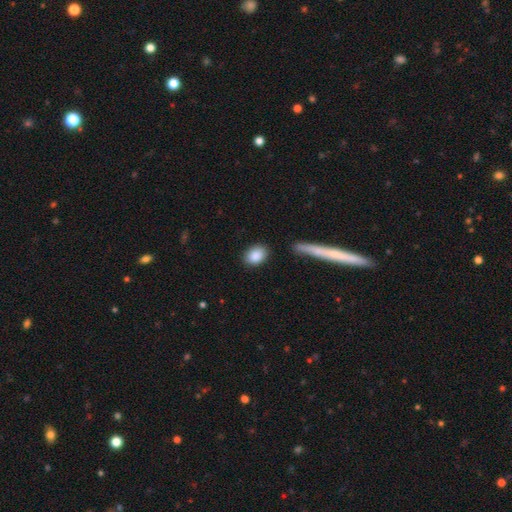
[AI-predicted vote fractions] smooth 88%, star or artifact 7%, featured or disk 5%. Down the decision tree: how rounded — in between (64%); merging — none (84%).